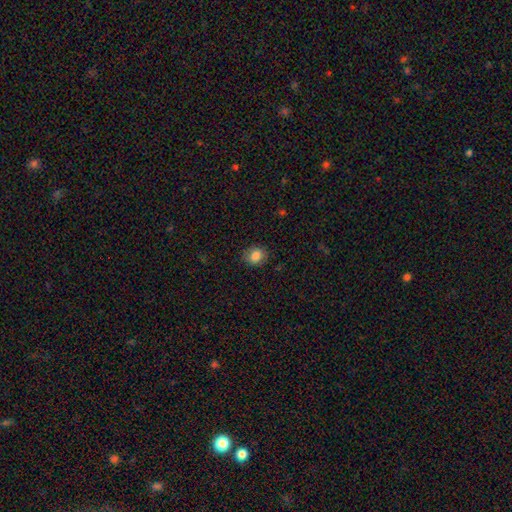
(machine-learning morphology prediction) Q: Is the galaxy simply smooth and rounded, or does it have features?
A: smooth — 85%.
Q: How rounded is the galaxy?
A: round — 62%.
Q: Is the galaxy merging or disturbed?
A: none — 83%.